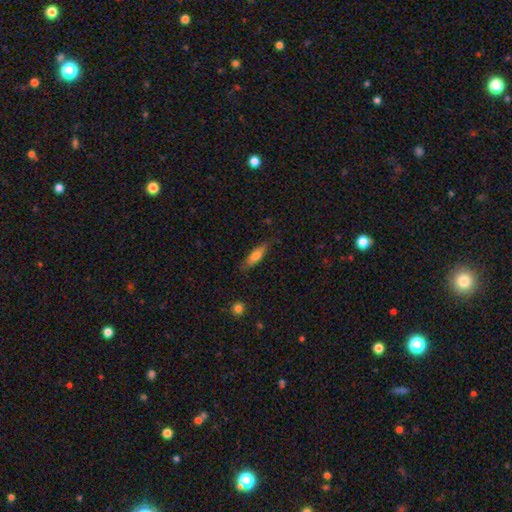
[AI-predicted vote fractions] Overall: smooth (69%). How rounded: cigar-shaped (59%; in between 39%). Merging: none (80%).